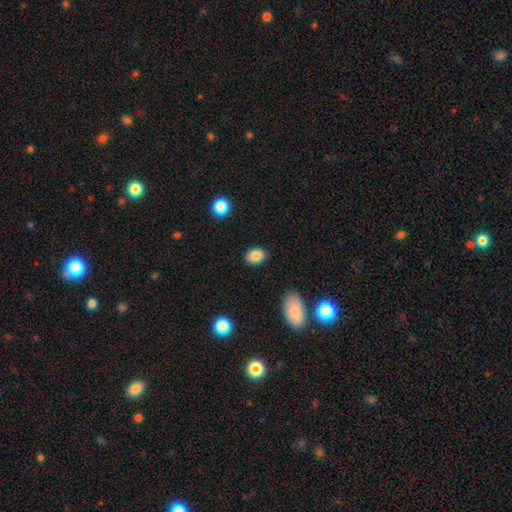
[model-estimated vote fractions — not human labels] This appears to be a smooth galaxy with no disk features (87%) that is in between round and cigar-shaped (71%). Merging: none (88%).